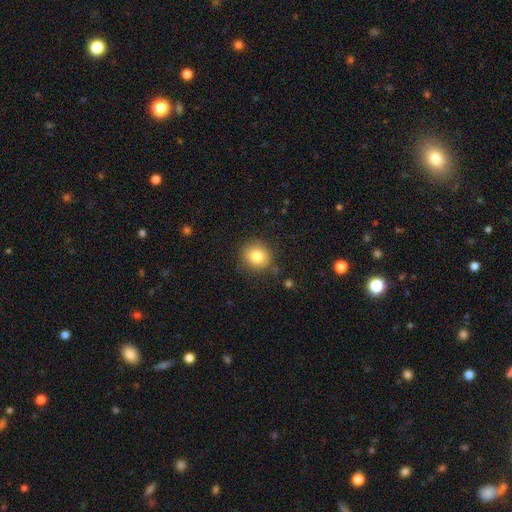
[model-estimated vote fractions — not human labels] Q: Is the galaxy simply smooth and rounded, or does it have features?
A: smooth — 81%.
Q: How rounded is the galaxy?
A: round — 84%.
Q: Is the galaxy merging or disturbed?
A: none — 85%.